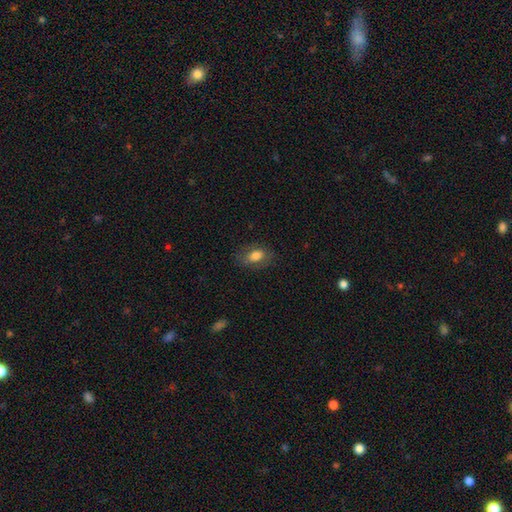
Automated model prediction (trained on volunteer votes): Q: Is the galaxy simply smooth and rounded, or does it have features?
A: smooth — 75%.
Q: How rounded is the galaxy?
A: in between — 86%.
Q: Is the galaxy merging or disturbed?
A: none — 76%.